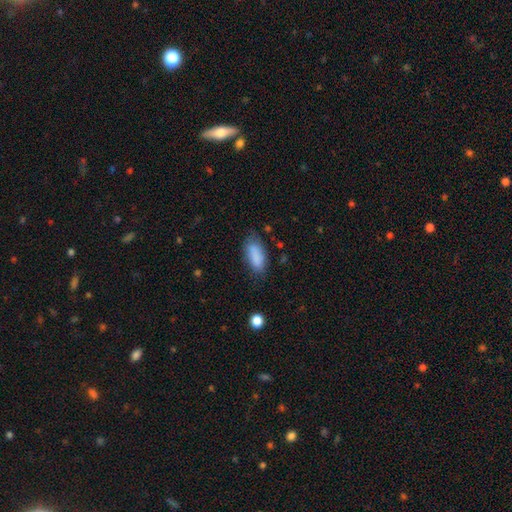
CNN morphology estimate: Smooth or featured? smooth (86%)
How rounded? in between (84%)
Merging? none (70%)